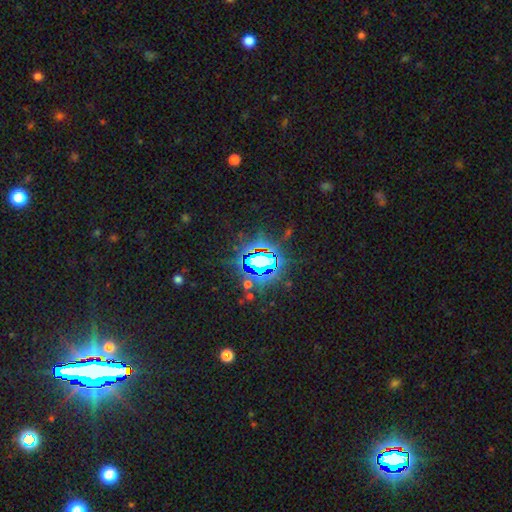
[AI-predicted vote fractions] smooth-or-featured: star or artifact: 82% | smooth: 11% | featured or disk: 7%